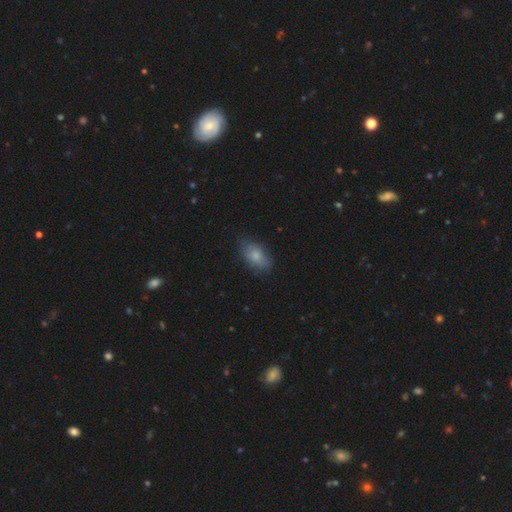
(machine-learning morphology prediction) type=smooth (79%); roundness=in between (91%); merging=none (74%).